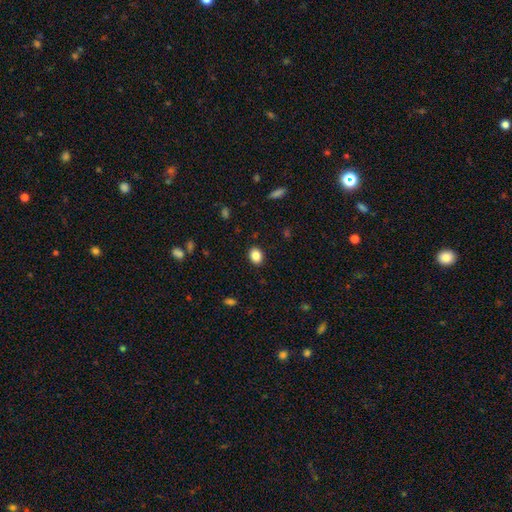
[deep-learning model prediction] A smooth galaxy with no disk features (86%) that is in between round and cigar-shaped (53%). Merging: none (90%).